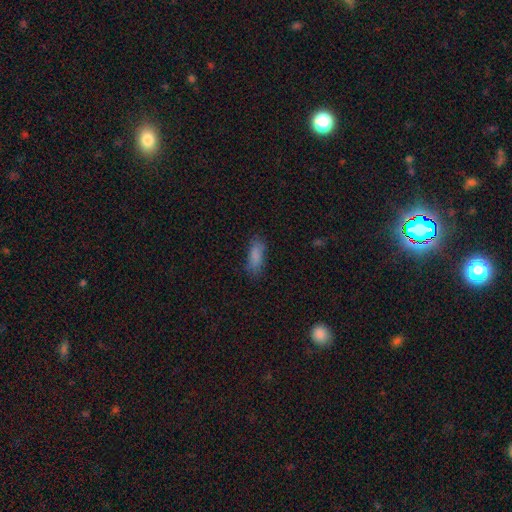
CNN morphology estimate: smooth-or-featured: smooth: 84% | star or artifact: 9% | featured or disk: 7%
  how-rounded: in between: 70% | cigar-shaped: 27% | round: 2%
  merging: none: 75% | minor disturbance: 18% | major disturbance: 5% | merger: 2%